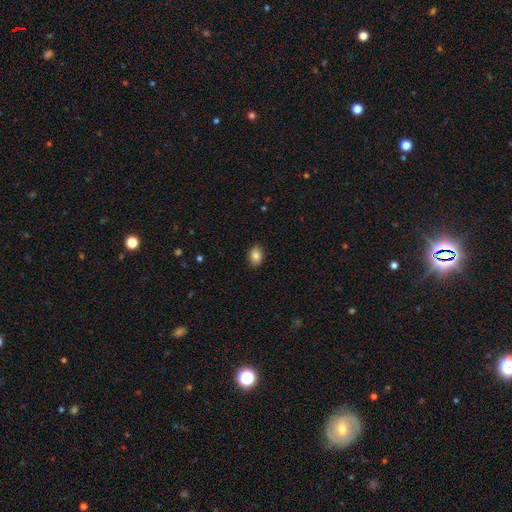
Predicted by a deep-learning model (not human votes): Overall: smooth (85%). How rounded: in between (79%). Merging: none (88%).